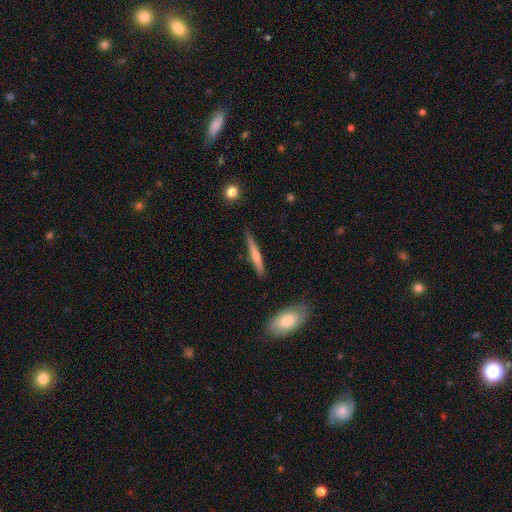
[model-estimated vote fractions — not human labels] The model was most divided on "smooth or featured": featured or disk: 51%, smooth: 44%, star or artifact: 6%. More confident: edge-on disk — yes (96%); merging — none (86%).